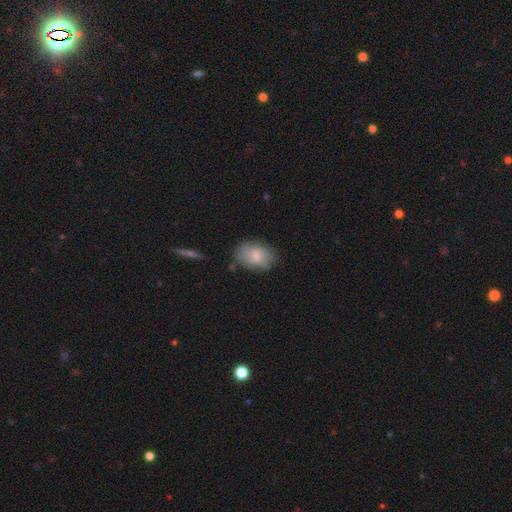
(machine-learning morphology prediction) smooth 71%, featured or disk 22%, star or artifact 7%. Down the decision tree: how rounded — in between (82%); merging — none (69%).